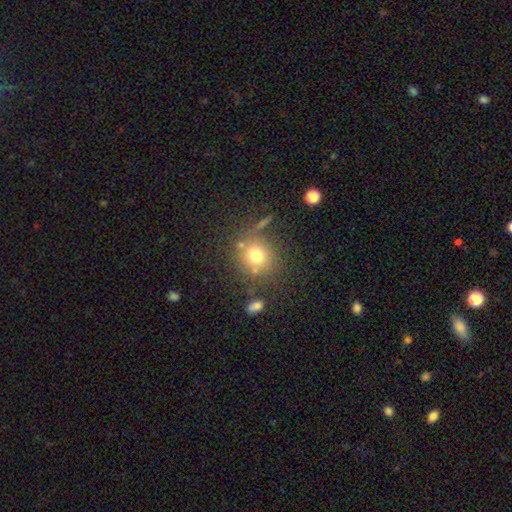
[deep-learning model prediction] Smooth or featured? Predicted: smooth (p=0.73). How rounded? Predicted: round (p=0.85). Merging? Predicted: none (p=0.73).